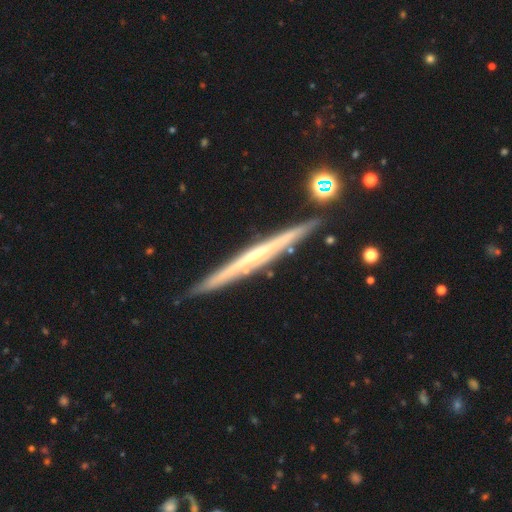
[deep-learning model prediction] The model was most divided on "edge-on bulge": none: 51%, rounded: 42%, boxy: 7%. More confident: edge-on disk — yes (98%); merging — none (88%); smooth or featured — featured or disk (80%).